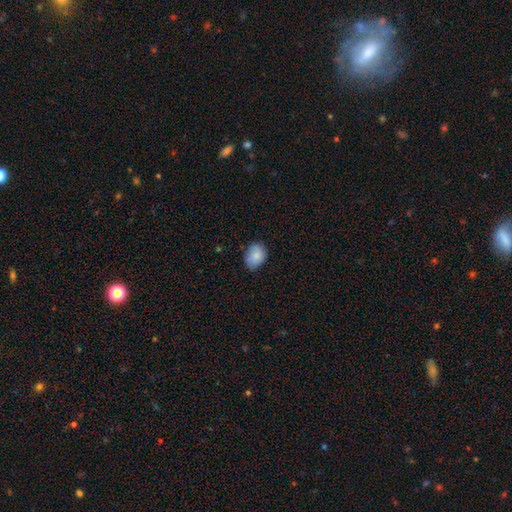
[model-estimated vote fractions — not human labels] This is clearly a smooth galaxy (86%). How rounded: likely in between (69%). Merging: likely none (76%).